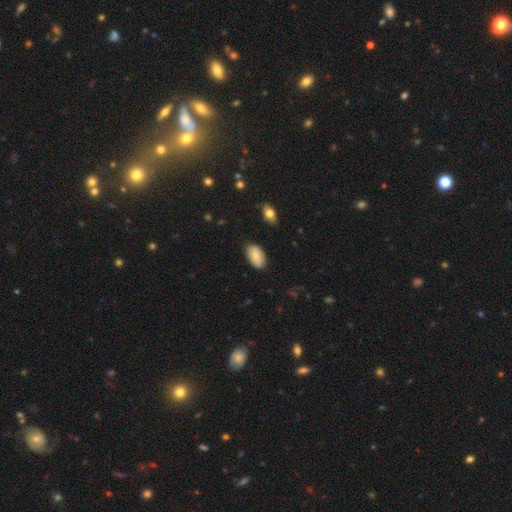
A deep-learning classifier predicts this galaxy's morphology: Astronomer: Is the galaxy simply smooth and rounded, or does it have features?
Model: smooth — 84%.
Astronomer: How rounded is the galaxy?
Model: in between — 95%.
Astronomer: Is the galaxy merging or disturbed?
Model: none — 83%.